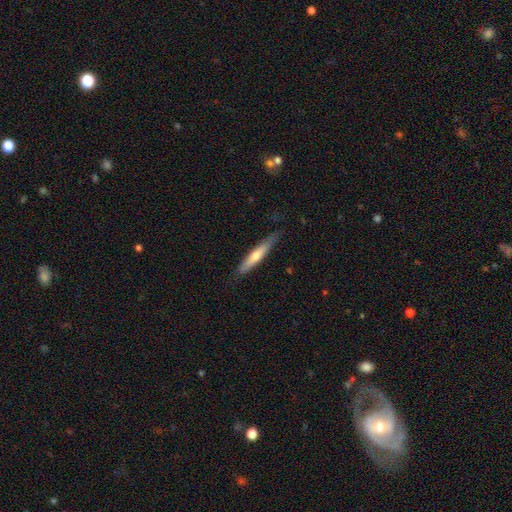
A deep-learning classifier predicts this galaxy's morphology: smooth-or-featured: smooth: 55% | featured or disk: 40% | star or artifact: 5%
  how-rounded: cigar-shaped: 90% | in between: 9% | round: 1%
  merging: none: 76% | minor disturbance: 20% | major disturbance: 3% | merger: 1%